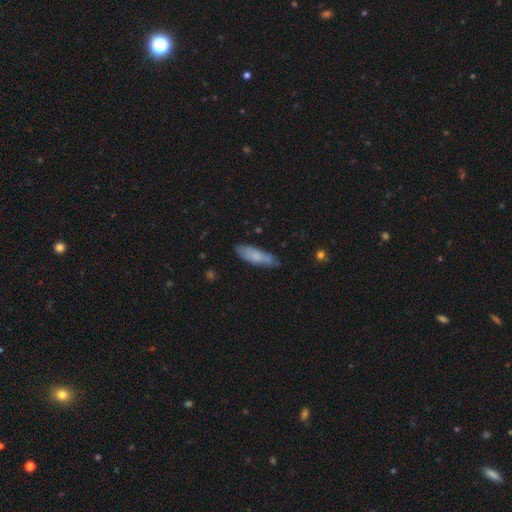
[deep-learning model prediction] Q: Smooth or featured?
A: smooth (71%); runner-up: featured or disk (23%)
Q: How rounded?
A: cigar-shaped (51%); runner-up: in between (47%)
Q: Merging?
A: none (69%); runner-up: minor disturbance (23%)